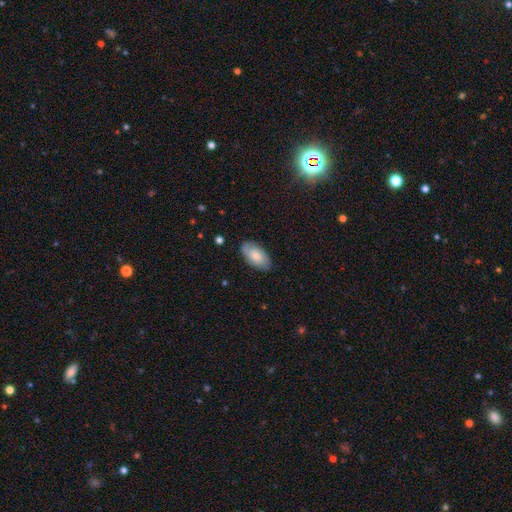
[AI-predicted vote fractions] This appears to be a smooth galaxy with no disk features (63%) that is in between round and cigar-shaped (94%). Merging: none (82%).